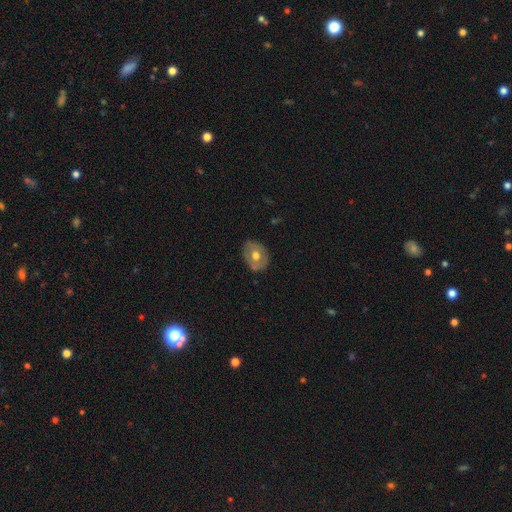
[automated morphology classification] smooth-or-featured: smooth: 50% | featured or disk: 44% | star or artifact: 7%
  merging: none: 79% | minor disturbance: 16% | major disturbance: 4% | merger: 1%